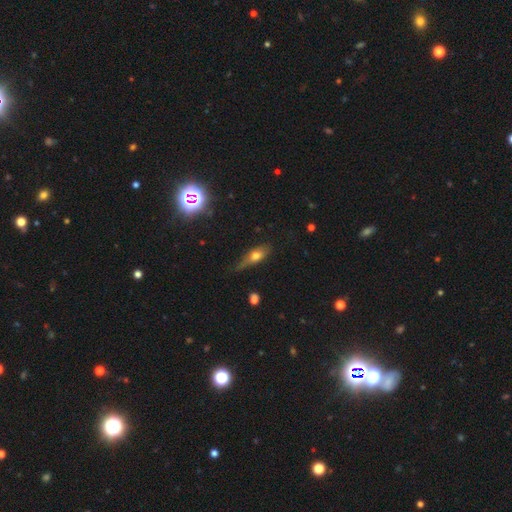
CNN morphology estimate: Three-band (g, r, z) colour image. It shows a smooth galaxy with no disk features (61%) that is in between round and cigar-shaped (63%). Merging: none (48%).